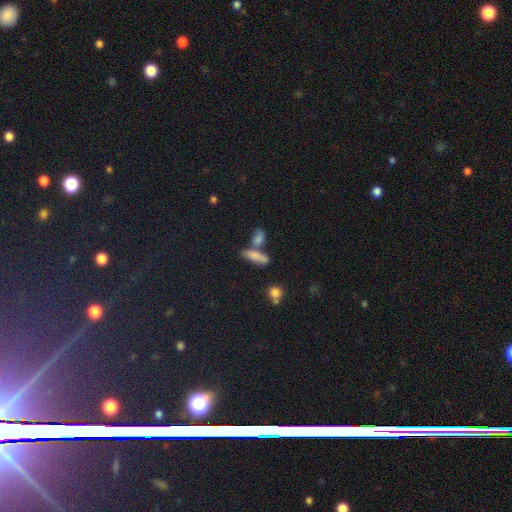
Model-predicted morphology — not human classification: This is likely a smooth galaxy (72%). How rounded: possibly cigar-shaped (51%). Merging: possibly none (47%).